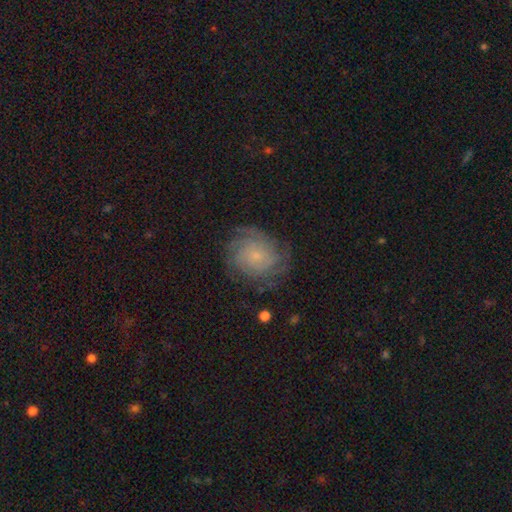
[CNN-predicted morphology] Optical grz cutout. It shows a featured or disk galaxy (70%) with no bar (79%), tight (69%) spiral arms (93%) and a small central bulge (78%). Merging: none (75%).